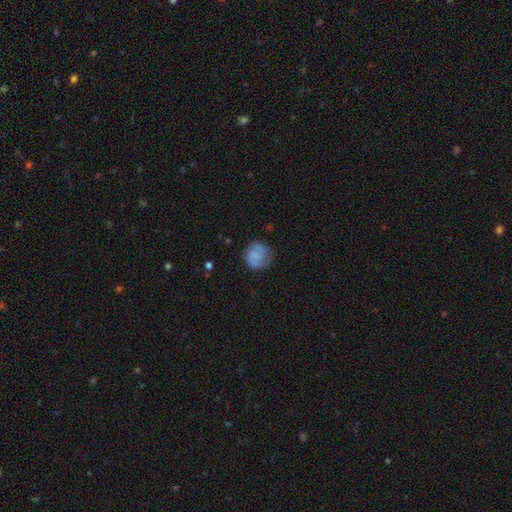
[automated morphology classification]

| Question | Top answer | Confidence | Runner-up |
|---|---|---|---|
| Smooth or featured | smooth | 51% | featured or disk (41%) |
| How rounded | round | 82% | in between (17%) |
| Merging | none | 72% | minor disturbance (19%) |